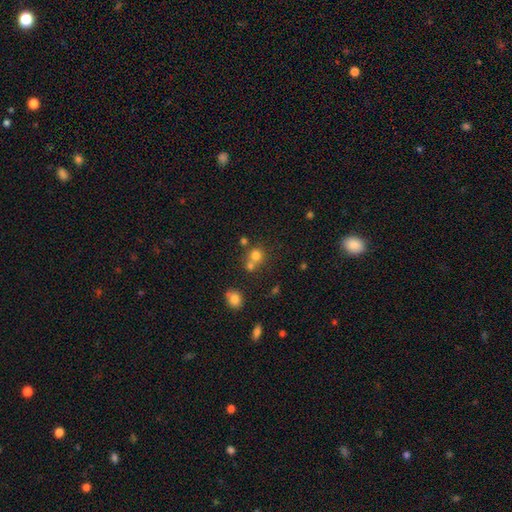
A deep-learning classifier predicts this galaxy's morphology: Overall: smooth (74%). How rounded: round (85%). Merging: none (50%; merger 39%).